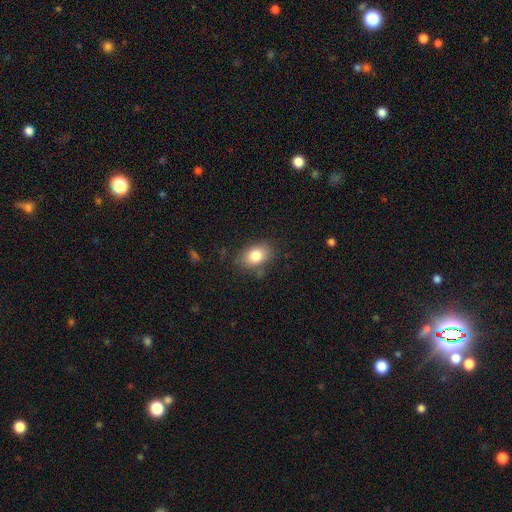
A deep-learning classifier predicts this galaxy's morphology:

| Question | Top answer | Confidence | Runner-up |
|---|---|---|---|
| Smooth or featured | smooth | 81% | featured or disk (10%) |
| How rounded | in between | 79% | round (19%) |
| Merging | none | 77% | minor disturbance (16%) |